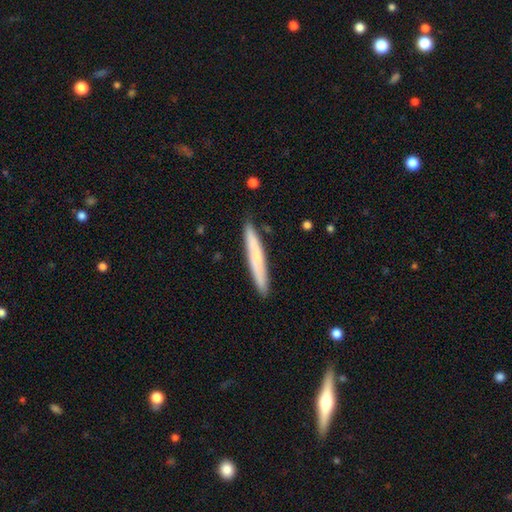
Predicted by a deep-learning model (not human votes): Smooth or featured?
  - smooth: 64% *
  - featured or disk: 31%
  - star or artifact: 6%
How rounded?
  - cigar-shaped: 95% *
  - in between: 4%
  - round: 1%
Merging?
  - none: 88% *
  - minor disturbance: 9%
  - major disturbance: 1%
  - merger: 1%